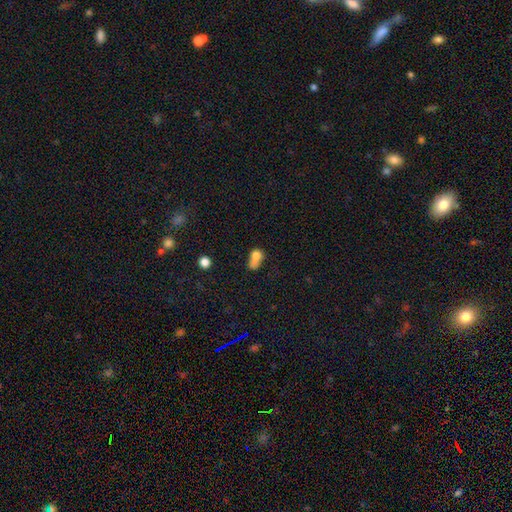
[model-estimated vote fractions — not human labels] This is likely a smooth galaxy (72%). How rounded: possibly in between (58%). Merging: marginally merger (37%).